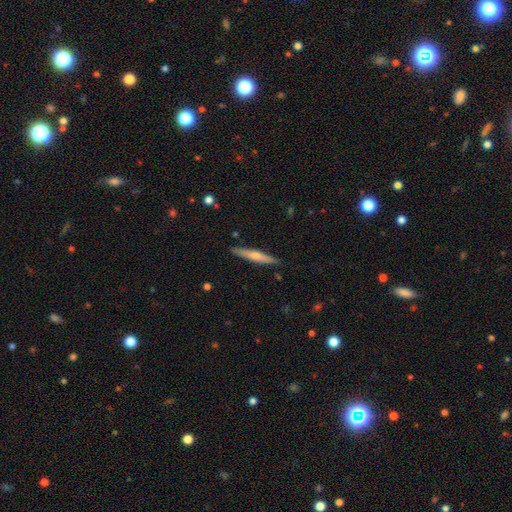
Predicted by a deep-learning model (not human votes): A smooth galaxy with no disk features (51%) that is cigar-shaped (93%).

Vote fractions:
- Smooth or featured? smooth: 51% / featured or disk: 43% / star or artifact: 6%
- How rounded? cigar-shaped: 93% / in between: 5% / round: 1%
- Merging? none: 89% / minor disturbance: 8% / major disturbance: 2% / merger: 1%